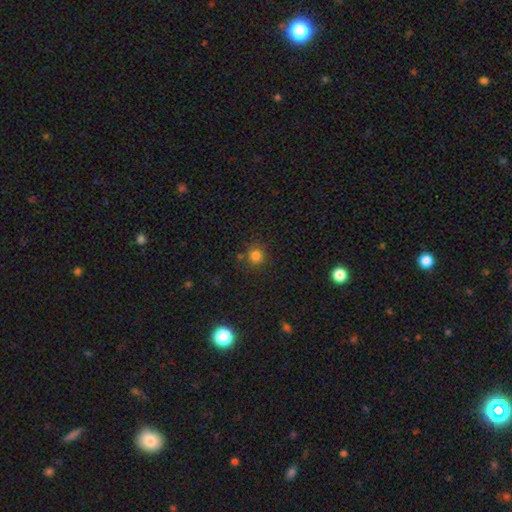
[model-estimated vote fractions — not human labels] This is likely a smooth galaxy (79%). How rounded: clearly round (91%). Merging: clearly none (81%).